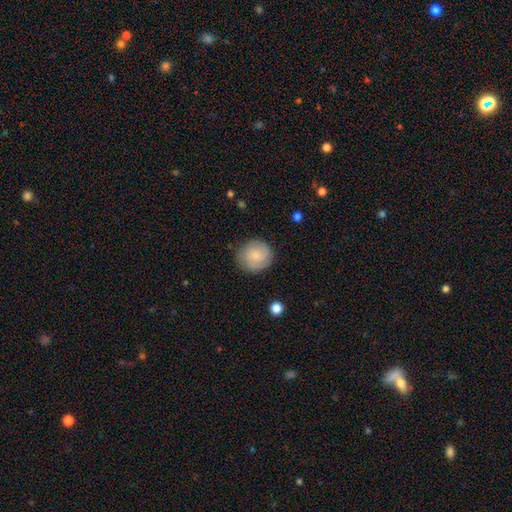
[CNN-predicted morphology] smooth_or_featured: smooth (p=0.65) [alt: featured or disk p=0.28]
how_rounded: round (p=0.88) [alt: in between p=0.11]
merging: none (p=0.83) [alt: minor disturbance p=0.12]